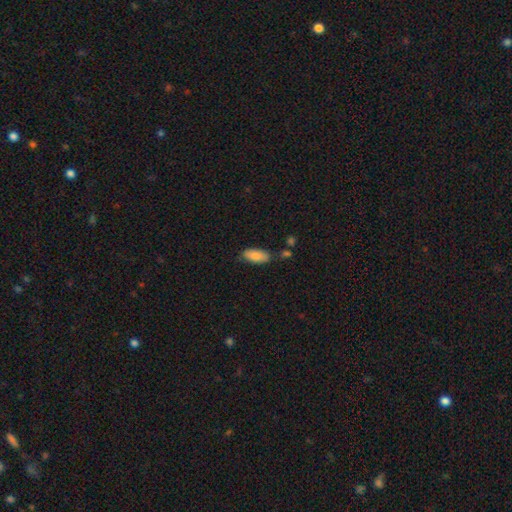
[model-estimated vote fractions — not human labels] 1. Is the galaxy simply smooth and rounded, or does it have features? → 85% smooth, 9% featured or disk, 6% star or artifact.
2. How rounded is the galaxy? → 87% in between, 12% cigar-shaped, 2% round.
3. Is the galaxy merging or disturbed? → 74% none, 18% minor disturbance, 5% merger, 4% major disturbance.